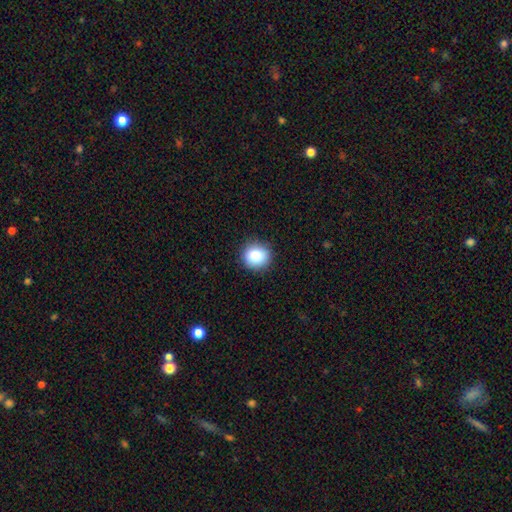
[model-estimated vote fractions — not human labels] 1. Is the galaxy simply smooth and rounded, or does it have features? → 86% smooth, 9% star or artifact, 5% featured or disk.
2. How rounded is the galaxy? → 85% round, 14% in between, 1% cigar-shaped.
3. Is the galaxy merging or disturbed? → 88% none, 9% minor disturbance, 2% major disturbance, 1% merger.